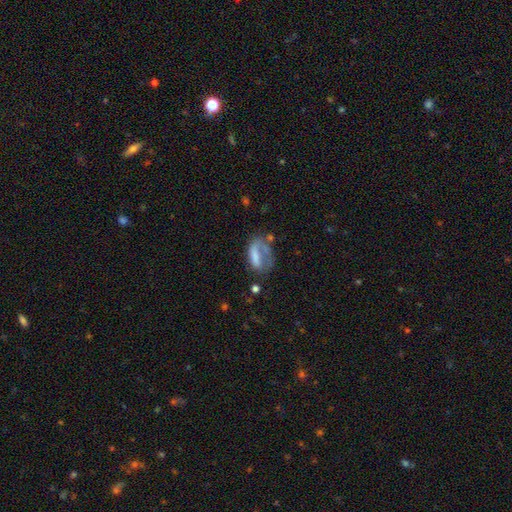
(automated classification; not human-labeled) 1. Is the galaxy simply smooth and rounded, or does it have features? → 48% smooth, 43% featured or disk, 9% star or artifact.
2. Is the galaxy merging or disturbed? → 42% major disturbance, 30% none, 20% minor disturbance, 8% merger.